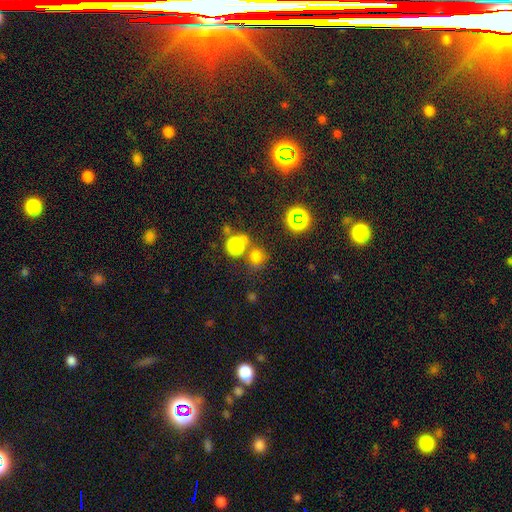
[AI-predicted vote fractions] Overall: smooth (69%). How rounded: round (83%). Merging: none (54%; merger 30%).